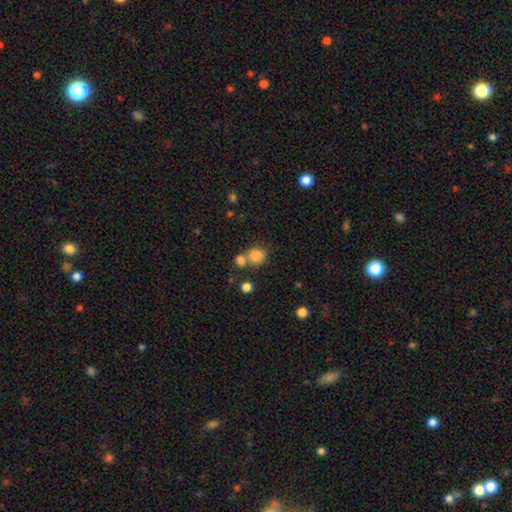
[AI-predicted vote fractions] A smooth galaxy with no disk features (81%) that is round (71%). Merging: none (46%).